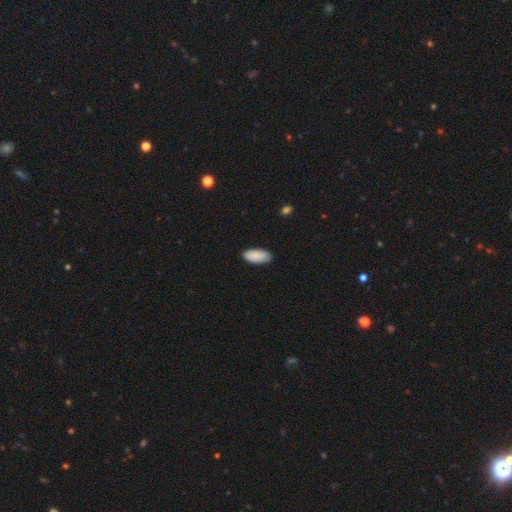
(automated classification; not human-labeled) A smooth galaxy with no disk features (88%) that is in between round and cigar-shaped (94%). Merging: none (85%).